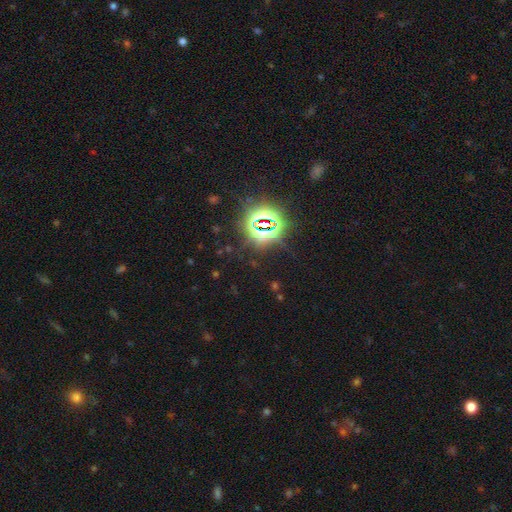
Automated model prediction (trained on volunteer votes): smooth_or_featured: star or artifact (p=0.83) [alt: smooth p=0.11]